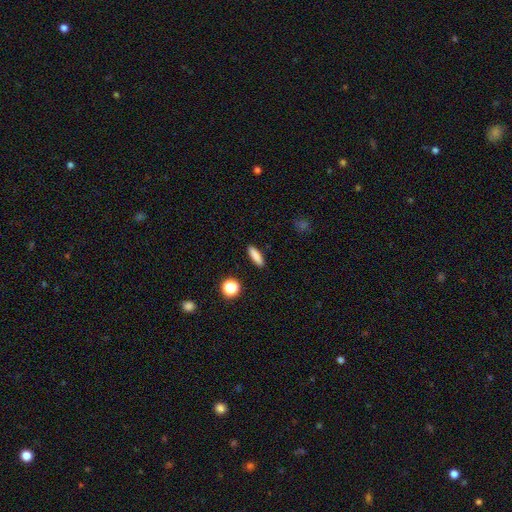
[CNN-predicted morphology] type=smooth (84%); roundness=cigar-shaped (58%); merging=none (90%).